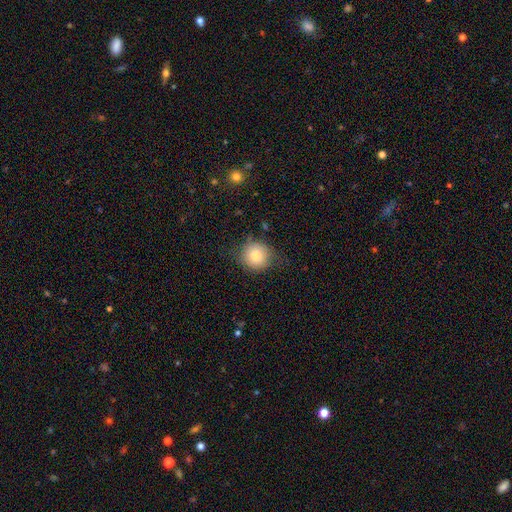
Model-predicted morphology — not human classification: This appears to be a smooth galaxy with no disk features (76%) that is round (90%). Merging: none (72%).